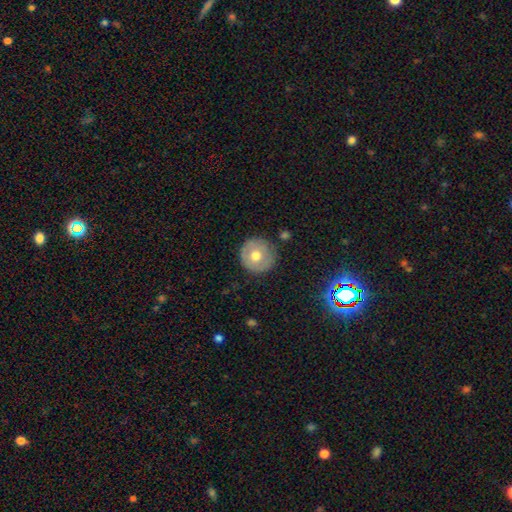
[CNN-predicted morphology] The model was most divided on "smooth or featured": smooth: 64%, featured or disk: 28%, star or artifact: 8%. More confident: how rounded — round (95%); merging — none (85%).